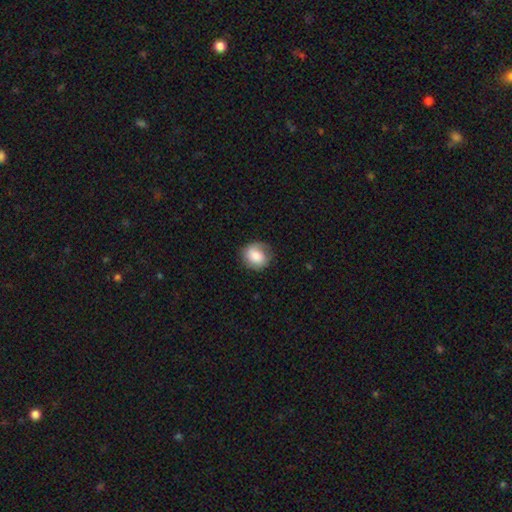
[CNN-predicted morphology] This appears to be a smooth galaxy with no disk features (74%) that is round (75%). Merging: none (72%).